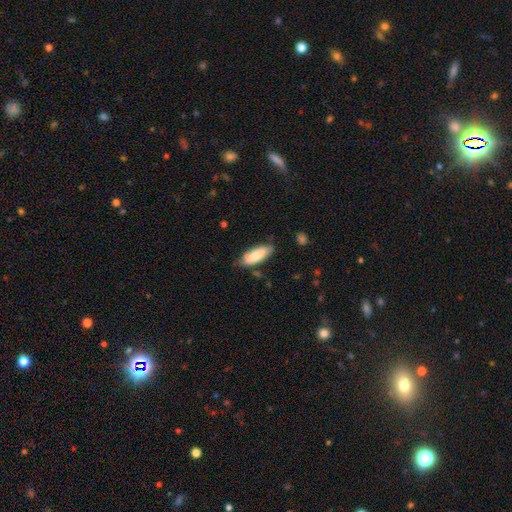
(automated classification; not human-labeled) The model was most divided on "how rounded": in between: 68%, cigar-shaped: 30%, round: 2%. More confident: smooth or featured — smooth (79%); merging — none (71%).